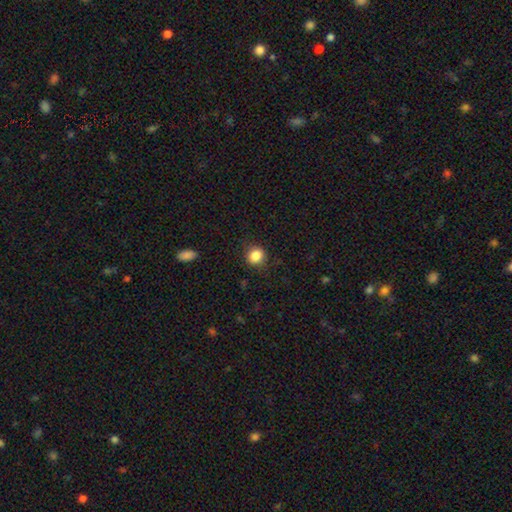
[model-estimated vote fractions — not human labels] Overall: smooth (85%). How rounded: round (68%; in between 31%). Merging: none (82%).